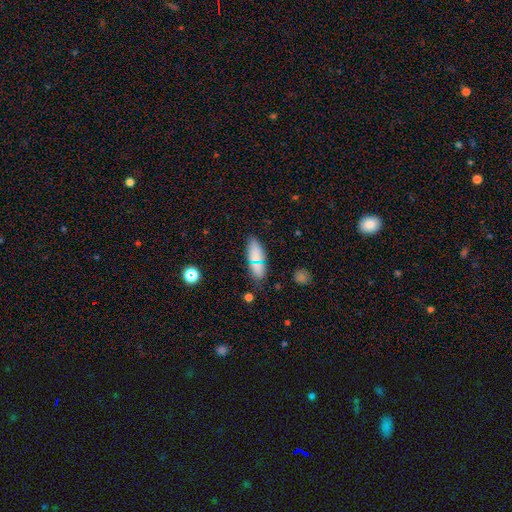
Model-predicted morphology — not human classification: smooth 76%, star or artifact 13%, featured or disk 11%. Down the decision tree: how rounded — in between (77%); merging — none (82%).